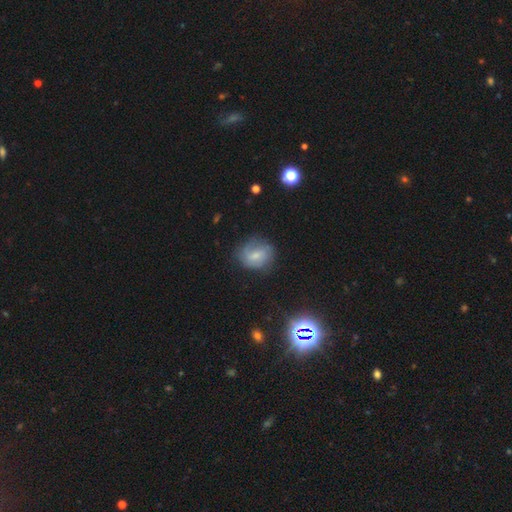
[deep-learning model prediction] Morphology: type=smooth (50%); merging=none (65%).